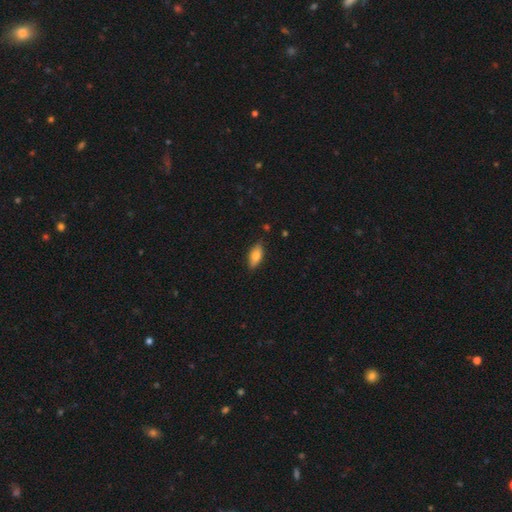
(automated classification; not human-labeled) smooth 75%, featured or disk 18%, star or artifact 7%. Down the decision tree: how rounded — in between (78%); merging — none (82%).